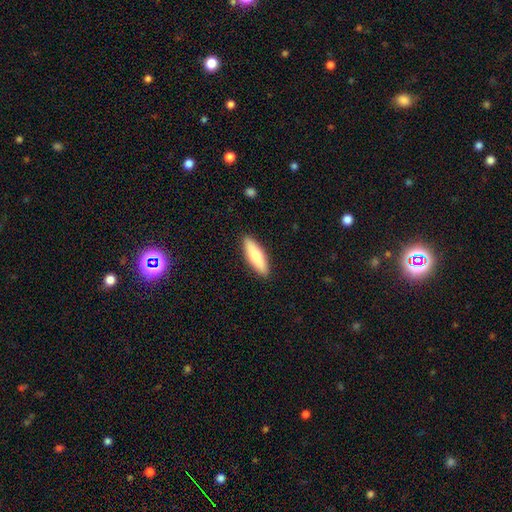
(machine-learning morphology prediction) This appears to be a smooth galaxy with no disk features (74%) that is cigar-shaped (55%). Merging: none (90%).